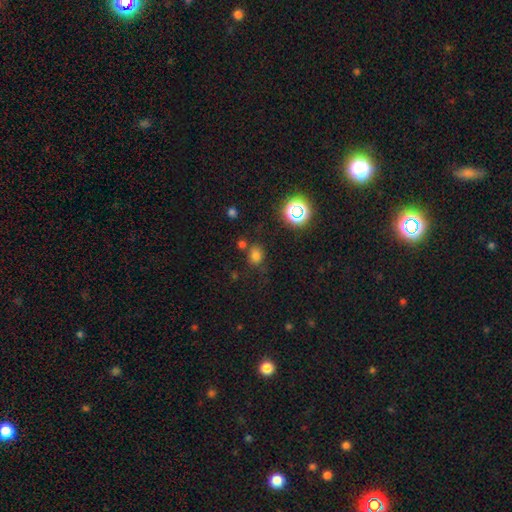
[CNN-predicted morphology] Smooth or featured? Predicted: smooth (p=0.71). How rounded? Predicted: round (p=0.55). Merging? Predicted: none (p=0.69).